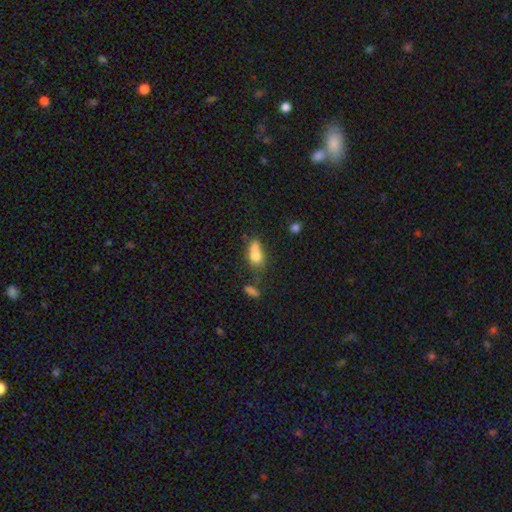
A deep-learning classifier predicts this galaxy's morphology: smooth-or-featured: smooth: 75% | featured or disk: 15% | star or artifact: 10%
  how-rounded: in between: 71% | round: 22% | cigar-shaped: 7%
  merging: merger: 40% | none: 30% | minor disturbance: 18% | major disturbance: 11%